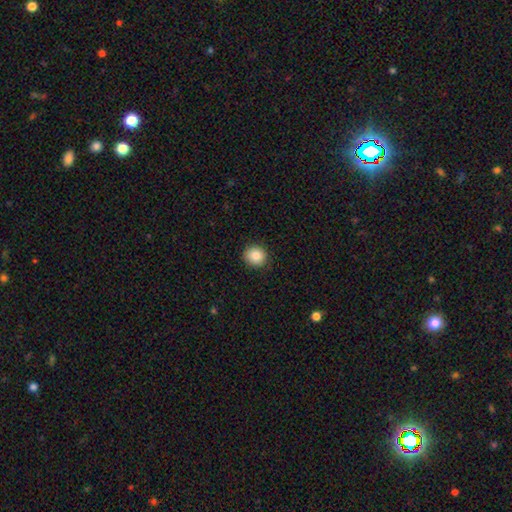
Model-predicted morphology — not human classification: A smooth galaxy with no disk features (87%) that is round (90%). Merging: none (90%).